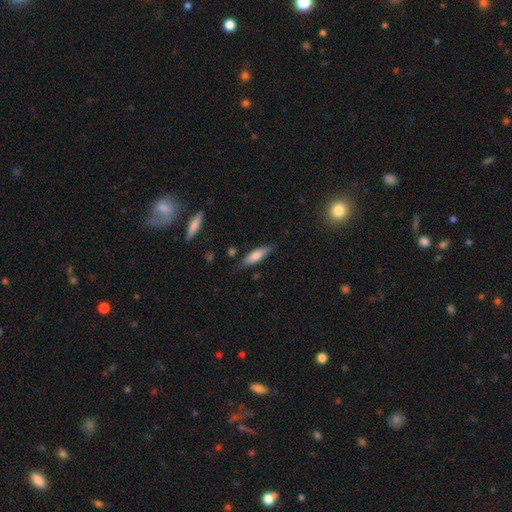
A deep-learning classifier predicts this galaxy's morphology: This is likely a smooth galaxy (75%). How rounded: possibly cigar-shaped (55%). Merging: likely none (78%).